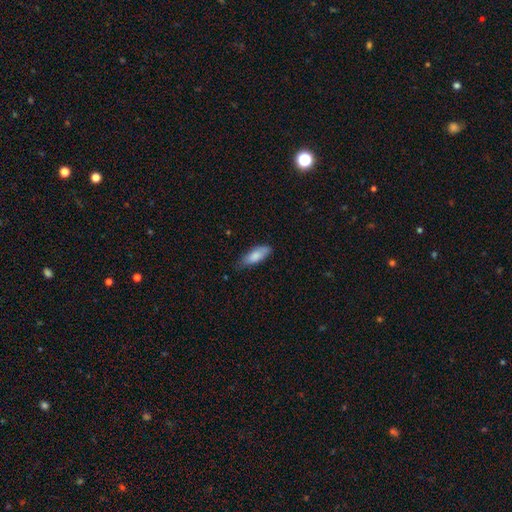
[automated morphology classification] smooth 83%, featured or disk 11%, star or artifact 6%. Down the decision tree: how rounded — in between (69%); merging — none (68%).